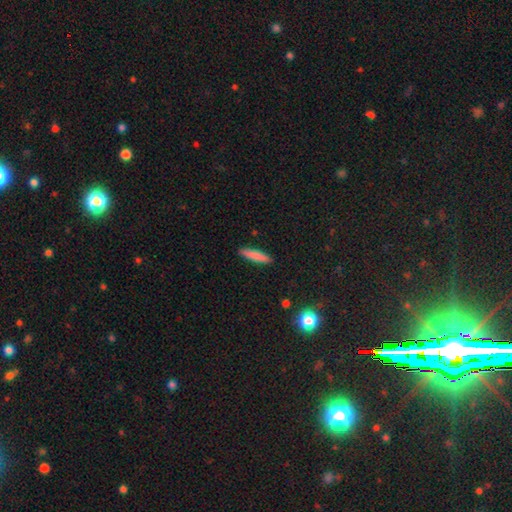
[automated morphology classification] This appears to be a smooth galaxy with no disk features (83%) that is cigar-shaped (85%). Merging: none (90%).